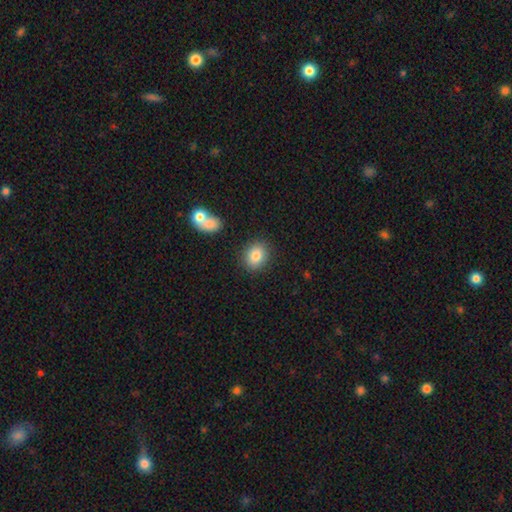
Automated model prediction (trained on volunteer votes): A smooth galaxy with no disk features (83%) that is round (56%).

Vote fractions:
- Smooth or featured? smooth: 83% / star or artifact: 9% / featured or disk: 8%
- How rounded? round: 56% / in between: 43% / cigar-shaped: 1%
- Merging? none: 86% / minor disturbance: 8% / merger: 3% / major disturbance: 3%